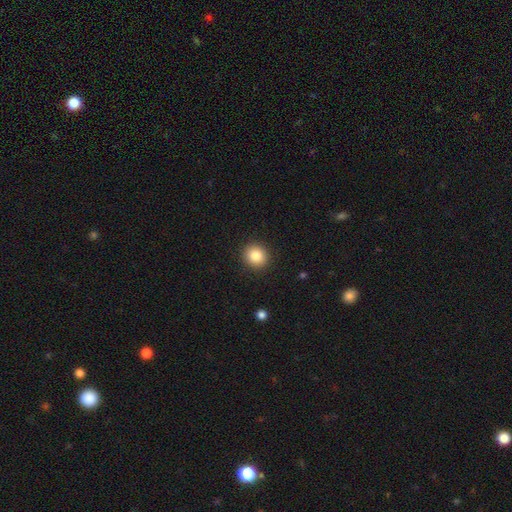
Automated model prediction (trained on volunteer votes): Smooth or featured? Predicted: smooth (p=0.85). How rounded? Predicted: round (p=0.86). Merging? Predicted: none (p=0.91).